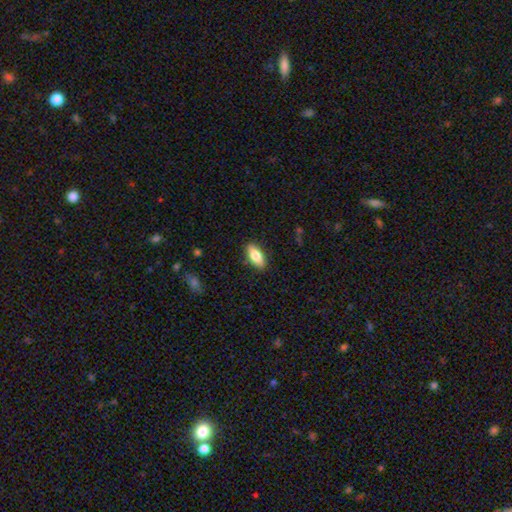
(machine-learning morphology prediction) smooth 77%, featured or disk 17%, star or artifact 6%. Down the decision tree: how rounded — in between (81%); merging — none (88%).